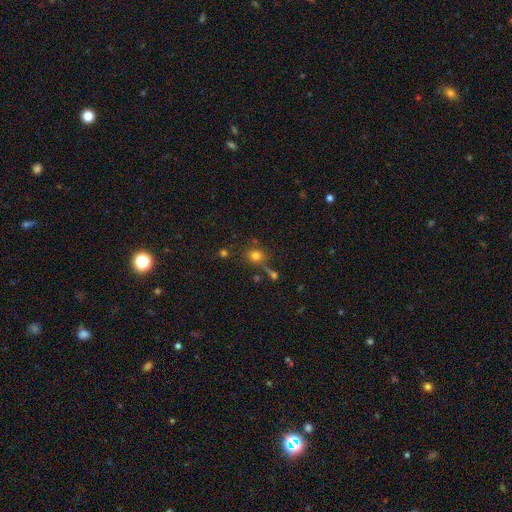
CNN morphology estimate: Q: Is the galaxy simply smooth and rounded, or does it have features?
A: smooth — 74%.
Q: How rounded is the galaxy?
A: round — 82%.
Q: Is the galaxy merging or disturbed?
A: none — 63%.